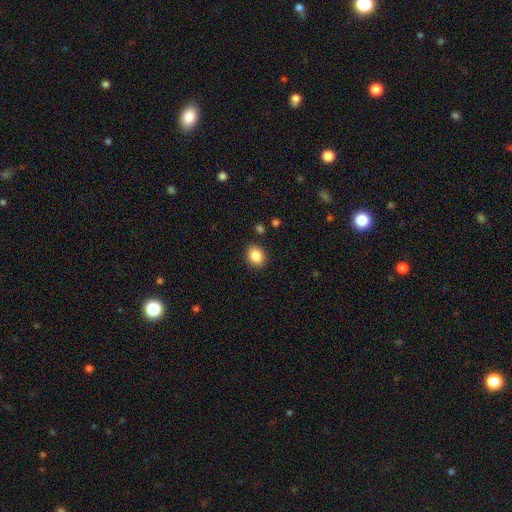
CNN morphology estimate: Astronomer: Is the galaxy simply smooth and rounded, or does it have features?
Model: smooth — 86%.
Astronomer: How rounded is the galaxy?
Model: round — 53% (runner-up: in between, 47%).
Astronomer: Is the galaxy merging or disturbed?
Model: none — 87%.